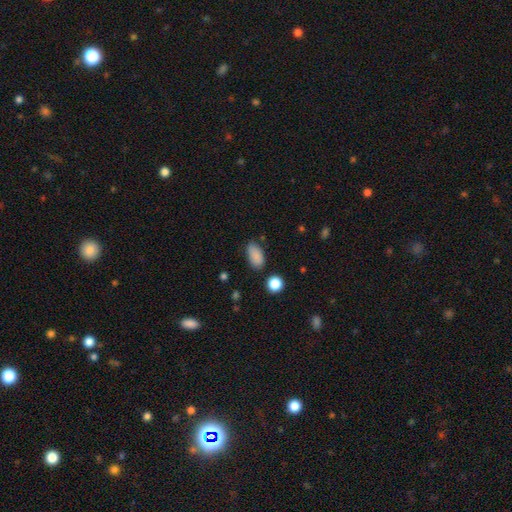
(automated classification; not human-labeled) Smooth or featured: smooth — 86% (star or artifact — 9%)
How rounded: in between — 91% (round — 5%)
Merging: none — 75% (minor disturbance — 18%)